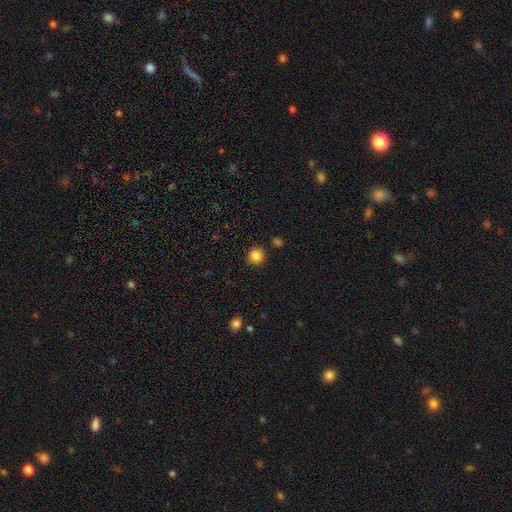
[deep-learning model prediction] Smooth or featured: smooth — 85% (star or artifact — 11%)
How rounded: round — 93% (in between — 6%)
Merging: none — 90% (minor disturbance — 6%)